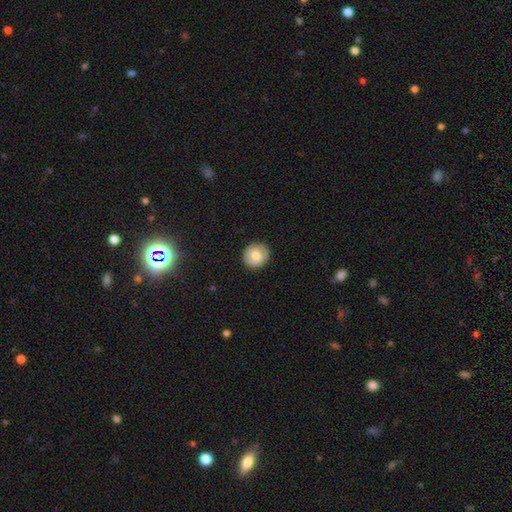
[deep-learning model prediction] Smooth or featured?
  - smooth: 75% *
  - featured or disk: 17%
  - star or artifact: 8%
How rounded?
  - round: 87% *
  - in between: 12%
  - cigar-shaped: 1%
Merging?
  - none: 90% *
  - minor disturbance: 7%
  - major disturbance: 2%
  - merger: 1%